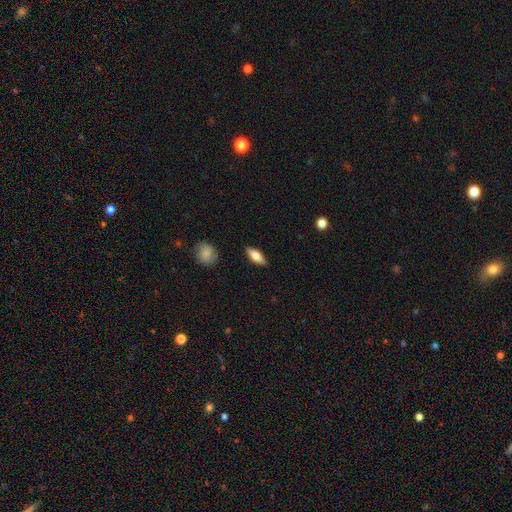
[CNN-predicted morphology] A smooth galaxy with no disk features (70%) that is in between round and cigar-shaped (70%). Merging: none (86%).